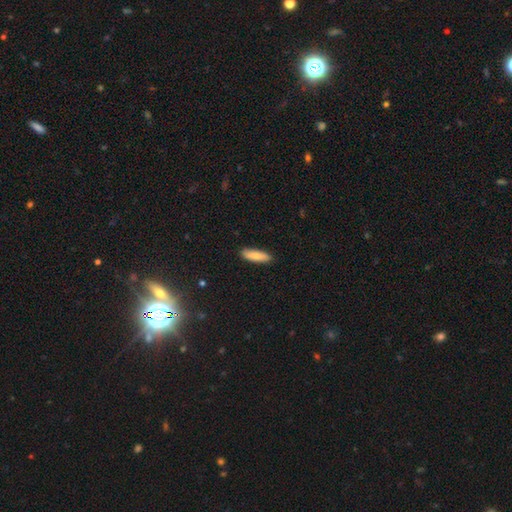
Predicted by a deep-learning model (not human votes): The model was most divided on "how rounded": cigar-shaped: 59%, in between: 40%, round: 2%. More confident: merging — none (88%); smooth or featured — smooth (81%).